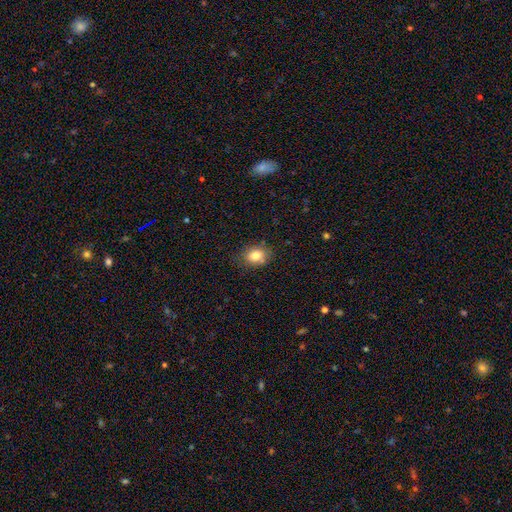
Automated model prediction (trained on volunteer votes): This appears to be a smooth galaxy with no disk features (81%) that is in between round and cigar-shaped (58%). Merging: none (78%).